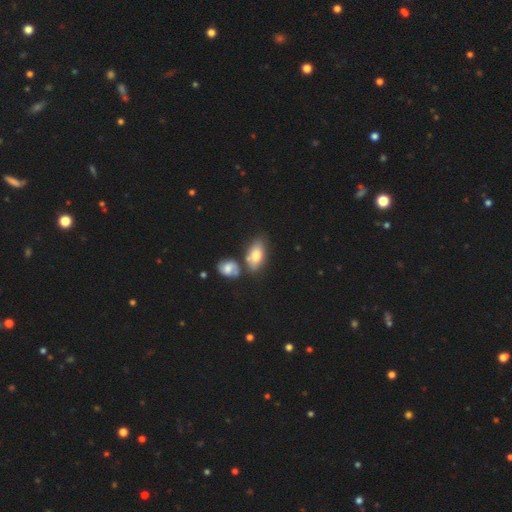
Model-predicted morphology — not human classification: type=smooth (69%); roundness=in between (88%); merging=none (52%).